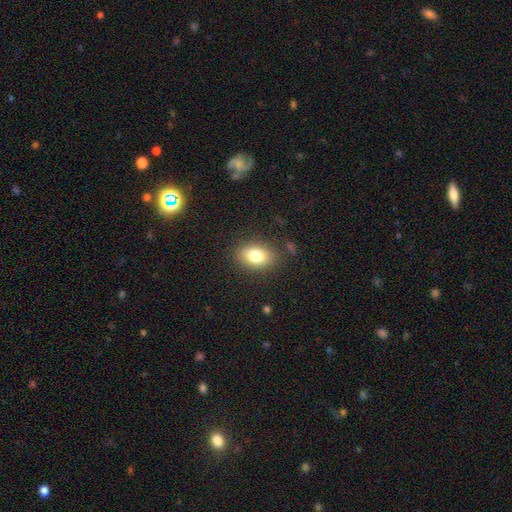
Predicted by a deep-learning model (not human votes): This is clearly a smooth galaxy (80%). How rounded: likely in between (79%). Merging: clearly none (84%).